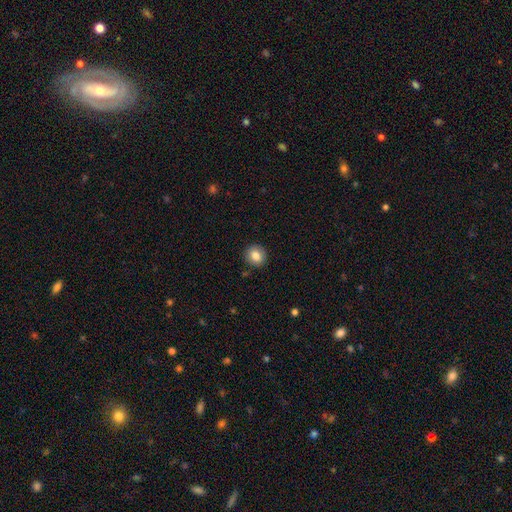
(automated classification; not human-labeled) This is clearly a smooth galaxy (84%). How rounded: clearly round (81%). Merging: clearly none (89%).